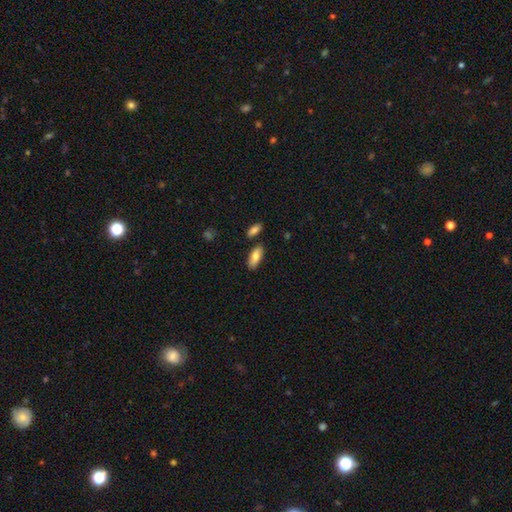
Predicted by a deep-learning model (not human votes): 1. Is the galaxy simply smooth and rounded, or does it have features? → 78% smooth, 15% featured or disk, 6% star or artifact.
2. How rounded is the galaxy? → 84% in between, 14% cigar-shaped, 2% round.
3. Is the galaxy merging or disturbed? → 80% none, 12% minor disturbance, 6% merger, 2% major disturbance.